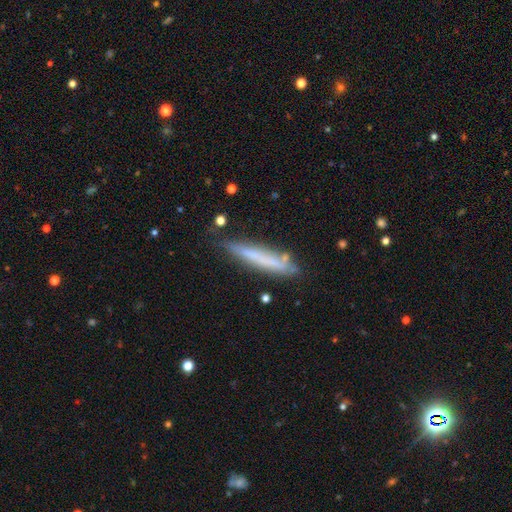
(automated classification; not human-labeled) Smooth or featured? smooth (55%)
How rounded? cigar-shaped (92%)
Merging? none (72%)